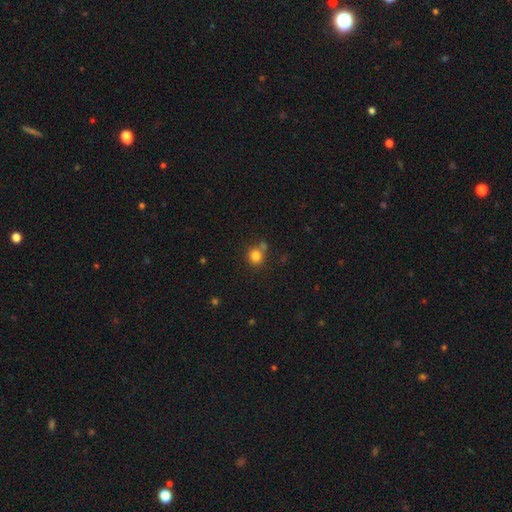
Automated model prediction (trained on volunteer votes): Smooth or featured? smooth (82%)
How rounded? round (88%)
Merging? none (66%)